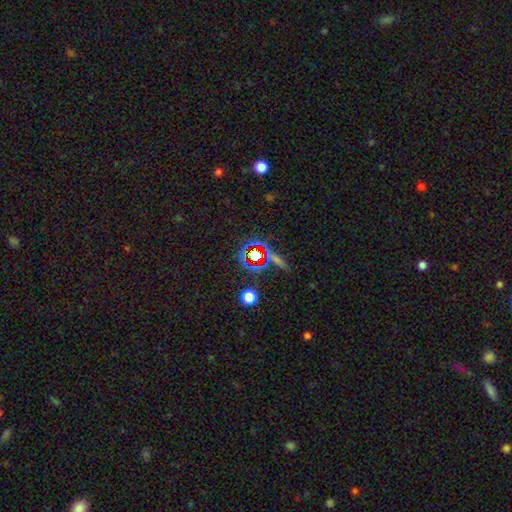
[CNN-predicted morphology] A star or artifact, not a galaxy (60%).